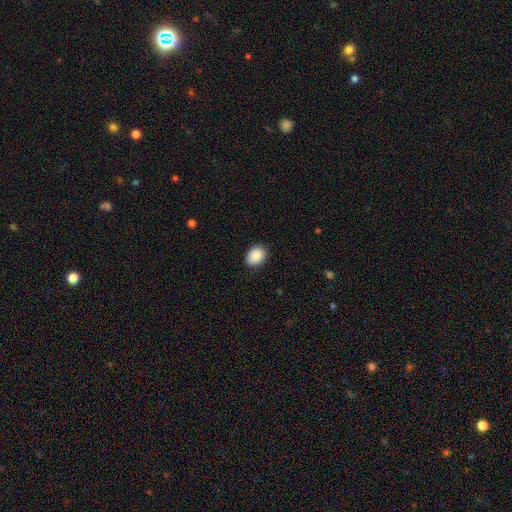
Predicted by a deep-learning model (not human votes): A smooth galaxy with no disk features (89%) that is in between round and cigar-shaped (73%).

Vote fractions:
- Smooth or featured? smooth: 89% / star or artifact: 7% / featured or disk: 3%
- How rounded? in between: 73% / round: 26% / cigar-shaped: 1%
- Merging? none: 87% / minor disturbance: 10% / major disturbance: 2% / merger: 1%